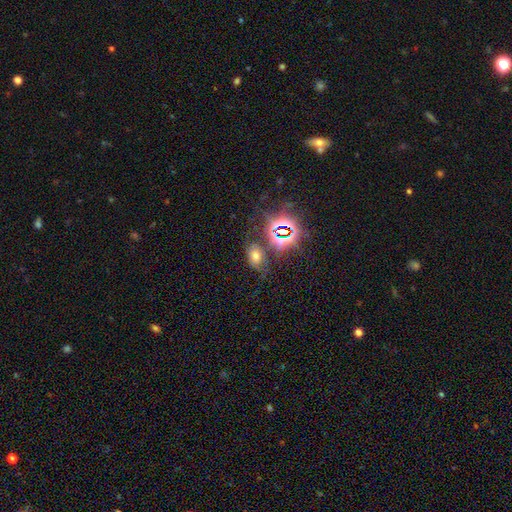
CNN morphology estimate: Smooth or featured: smooth — 48% (star or artifact — 38%)
Merging: none — 67% (minor disturbance — 17%)